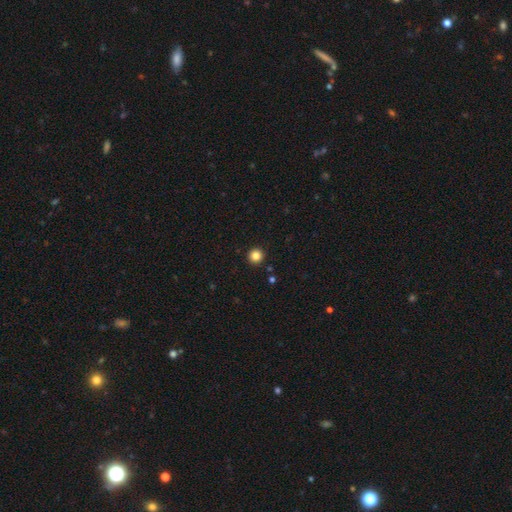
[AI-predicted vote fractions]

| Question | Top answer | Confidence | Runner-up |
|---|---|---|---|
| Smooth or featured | smooth | 84% | star or artifact (12%) |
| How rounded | round | 96% | in between (3%) |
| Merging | none | 93% | minor disturbance (4%) |